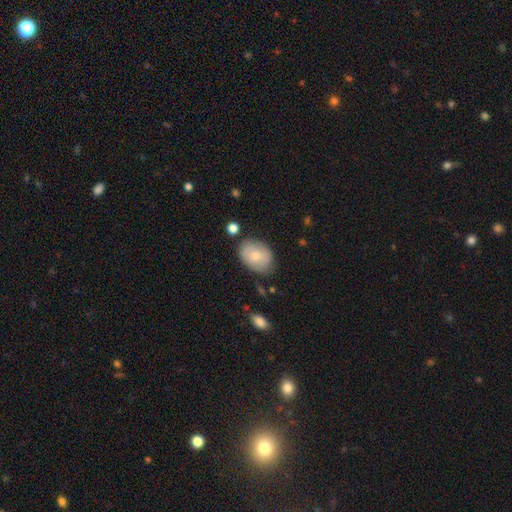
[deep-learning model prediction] This is likely a smooth galaxy (70%). How rounded: likely in between (74%). Merging: likely none (74%).